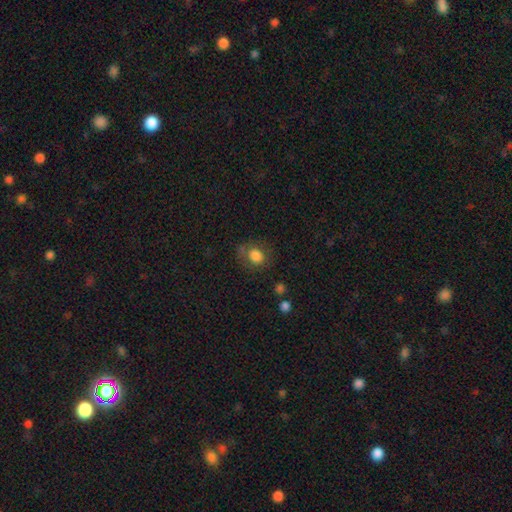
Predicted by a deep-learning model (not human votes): Smooth or featured?
  - smooth: 80% *
  - star or artifact: 10%
  - featured or disk: 10%
How rounded?
  - round: 57% *
  - in between: 42%
  - cigar-shaped: 1%
Merging?
  - none: 67% *
  - minor disturbance: 20%
  - major disturbance: 10%
  - merger: 3%